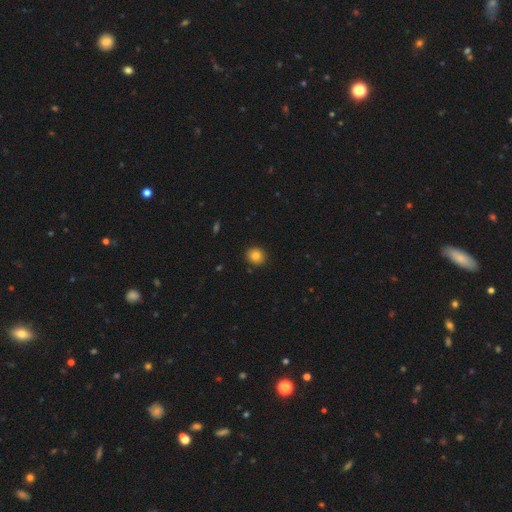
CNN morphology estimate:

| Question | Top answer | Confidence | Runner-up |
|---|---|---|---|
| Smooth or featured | smooth | 84% | star or artifact (10%) |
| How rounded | round | 87% | in between (12%) |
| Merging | none | 91% | minor disturbance (6%) |